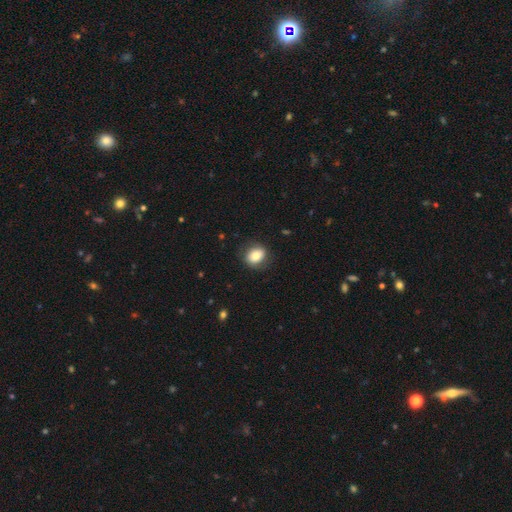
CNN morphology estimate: The model was most divided on "how rounded": round: 50%, in between: 48%, cigar-shaped: 1%. More confident: merging — none (81%); smooth or featured — smooth (77%).